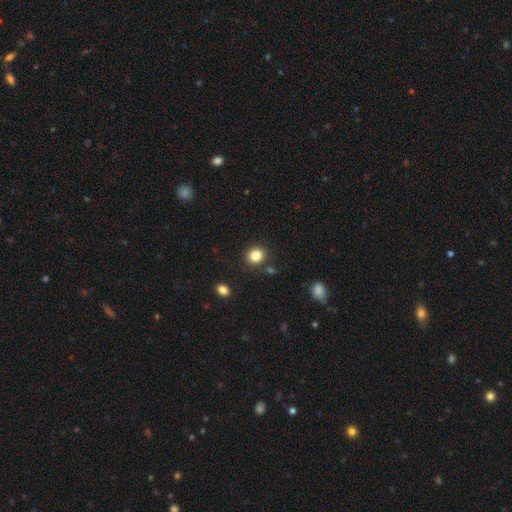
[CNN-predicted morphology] A smooth galaxy with no disk features (84%) that is round (77%). Merging: none (86%).